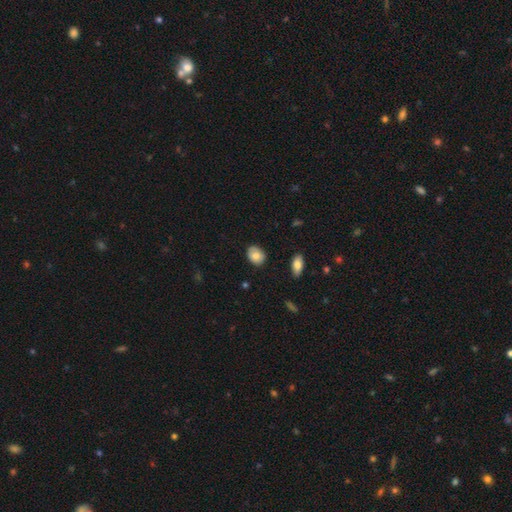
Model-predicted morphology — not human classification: smooth-or-featured: smooth: 75% | featured or disk: 17% | star or artifact: 7%
  how-rounded: in between: 58% | round: 41% | cigar-shaped: 1%
  merging: none: 79% | minor disturbance: 16% | major disturbance: 3% | merger: 2%